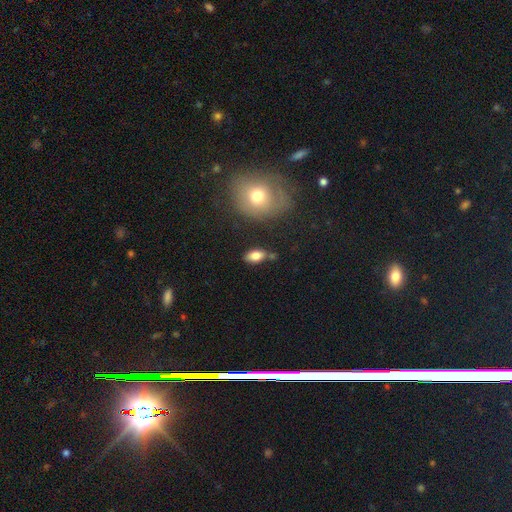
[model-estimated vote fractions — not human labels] Smooth or featured?
  - smooth: 80% *
  - featured or disk: 11%
  - star or artifact: 8%
How rounded?
  - in between: 90% *
  - round: 5%
  - cigar-shaped: 5%
Merging?
  - none: 71% *
  - minor disturbance: 16%
  - merger: 9%
  - major disturbance: 4%